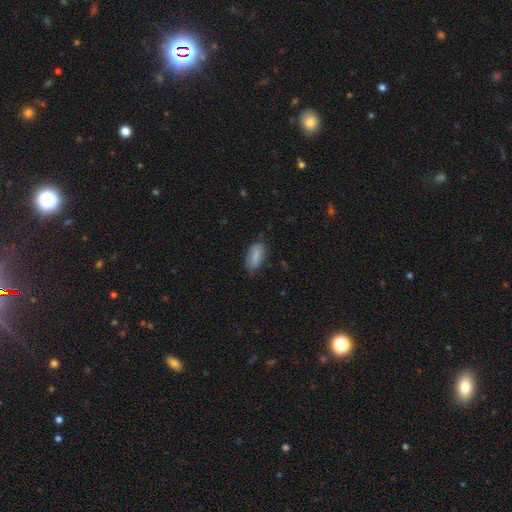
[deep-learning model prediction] The model was most divided on "merging": none: 72%, minor disturbance: 22%, major disturbance: 4%, merger: 2%. More confident: how rounded — in between (89%); smooth or featured — smooth (81%).